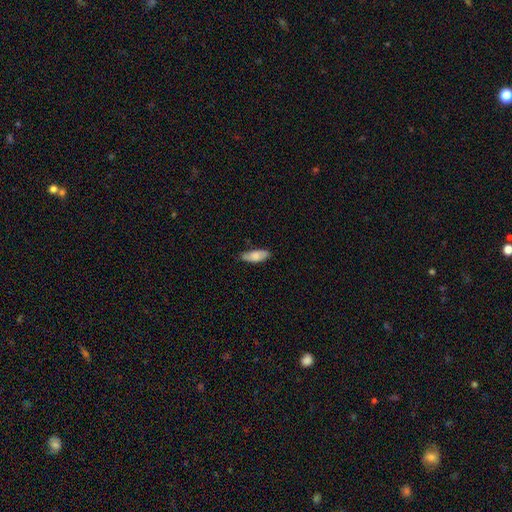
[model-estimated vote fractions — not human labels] Morphology: type=smooth (78%); roundness=in between (74%); merging=none (78%).